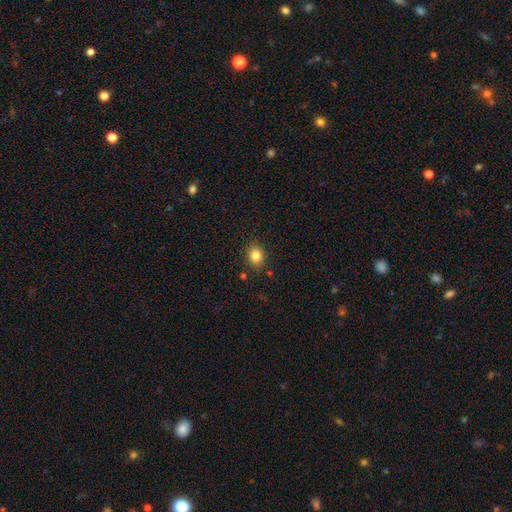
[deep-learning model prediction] Smooth or featured? smooth (84%)
How rounded? round (61%)
Merging? none (86%)